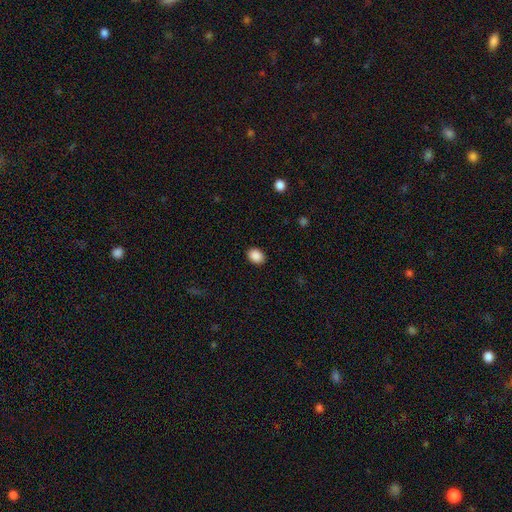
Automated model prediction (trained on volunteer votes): Q: Smooth or featured?
A: smooth (89%); runner-up: star or artifact (9%)
Q: How rounded?
A: in between (60%); runner-up: round (39%)
Q: Merging?
A: none (89%); runner-up: minor disturbance (8%)